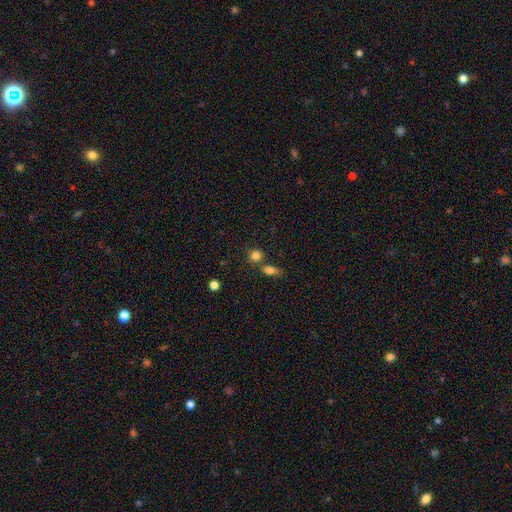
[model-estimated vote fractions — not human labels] smooth 82%, star or artifact 12%, featured or disk 7%. Down the decision tree: how rounded — round (84%); merging — none (66%).